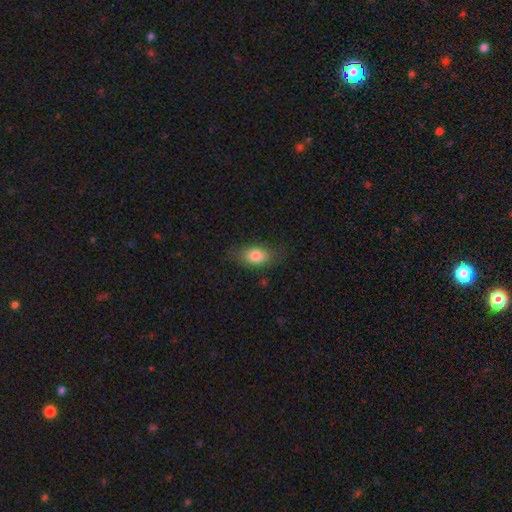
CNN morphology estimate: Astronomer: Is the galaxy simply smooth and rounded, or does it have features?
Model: smooth — 81%.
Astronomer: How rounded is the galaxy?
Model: in between — 82%.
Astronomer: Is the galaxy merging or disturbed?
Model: none — 76%.